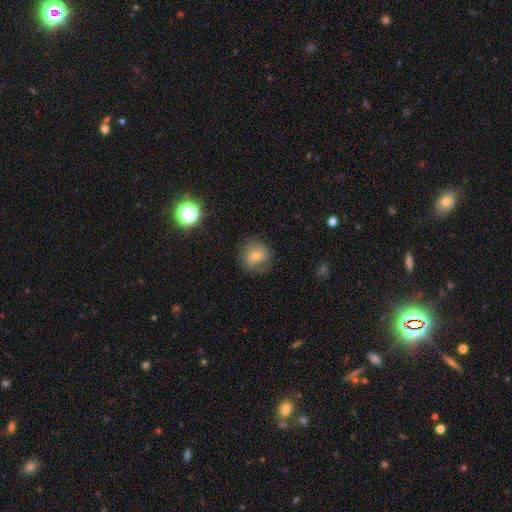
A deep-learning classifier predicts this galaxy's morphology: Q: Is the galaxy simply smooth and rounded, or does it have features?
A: smooth — 65%.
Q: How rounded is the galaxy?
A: round — 82%.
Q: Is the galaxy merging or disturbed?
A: none — 75%.